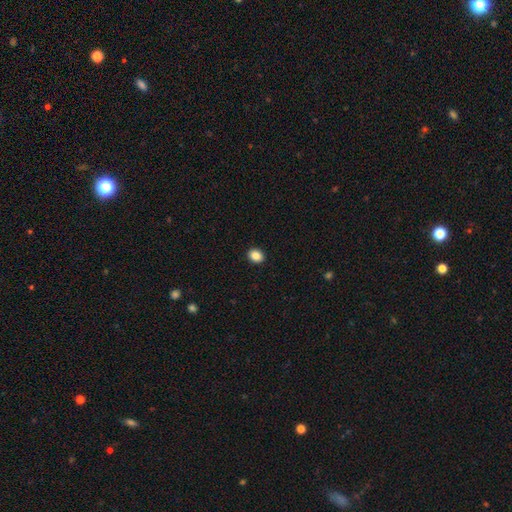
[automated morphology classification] smooth_or_featured: smooth (p=0.86) [alt: star or artifact p=0.09]
how_rounded: round (p=0.53) [alt: in between p=0.47]
merging: none (p=0.92) [alt: minor disturbance p=0.06]